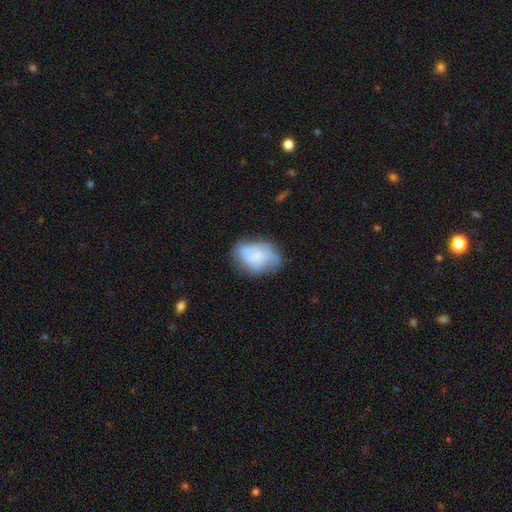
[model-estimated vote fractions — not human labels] Smooth or featured?
  - smooth: 50% *
  - featured or disk: 41%
  - star or artifact: 8%
How rounded?
  - in between: 78% *
  - round: 20%
  - cigar-shaped: 1%
Merging?
  - none: 49% *
  - minor disturbance: 31%
  - major disturbance: 16%
  - merger: 3%